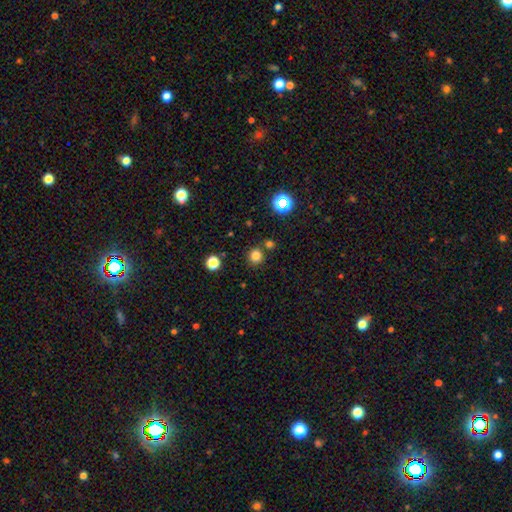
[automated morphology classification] type=smooth (80%); roundness=round (91%); merging=none (81%).